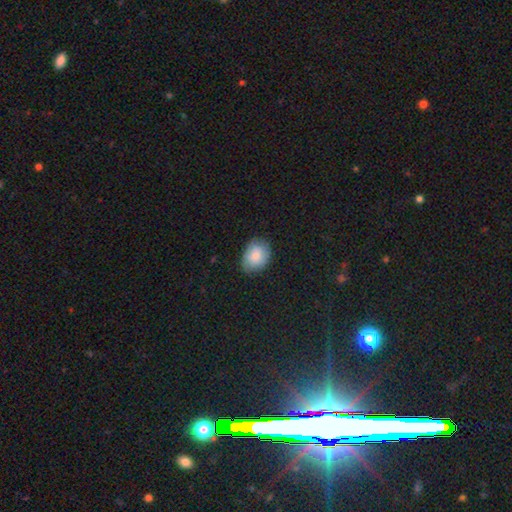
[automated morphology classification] smooth_or_featured: smooth (p=0.81) [alt: featured or disk p=0.12]
how_rounded: in between (p=0.66) [alt: round p=0.33]
merging: none (p=0.77) [alt: minor disturbance p=0.19]